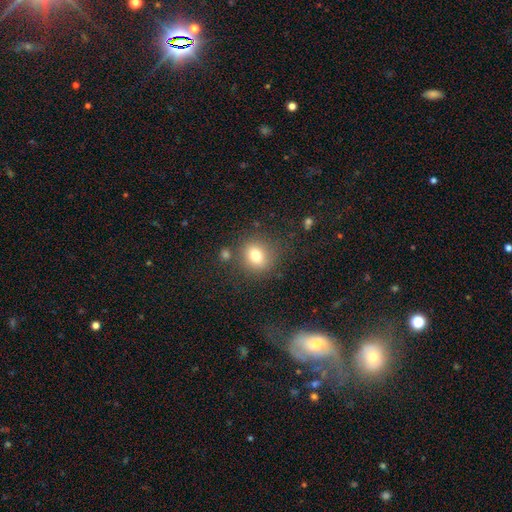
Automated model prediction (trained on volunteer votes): A smooth galaxy with no disk features (77%) that is round (79%).

Vote fractions:
- Smooth or featured? smooth: 77% / star or artifact: 13% / featured or disk: 10%
- How rounded? round: 79% / in between: 20% / cigar-shaped: 1%
- Merging? none: 77% / minor disturbance: 12% / merger: 6% / major disturbance: 5%